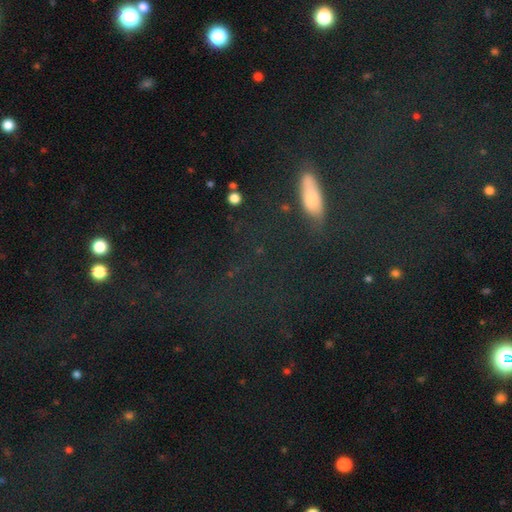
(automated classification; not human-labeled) Smooth or featured?
  - star or artifact: 39% *
  - smooth: 35%
  - featured or disk: 26%